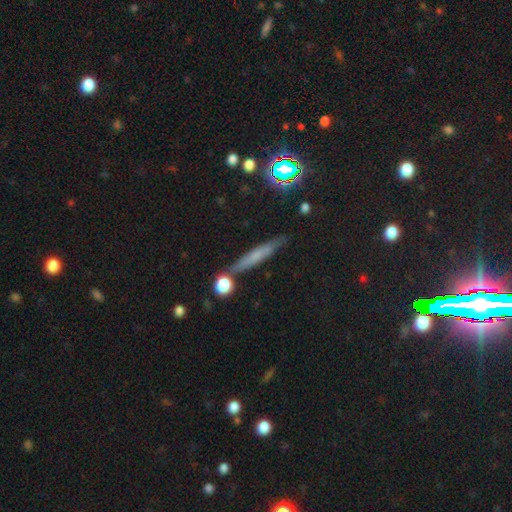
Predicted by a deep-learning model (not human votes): This is possibly a smooth galaxy (54%). How rounded: clearly cigar-shaped (87%). Merging: likely none (79%).